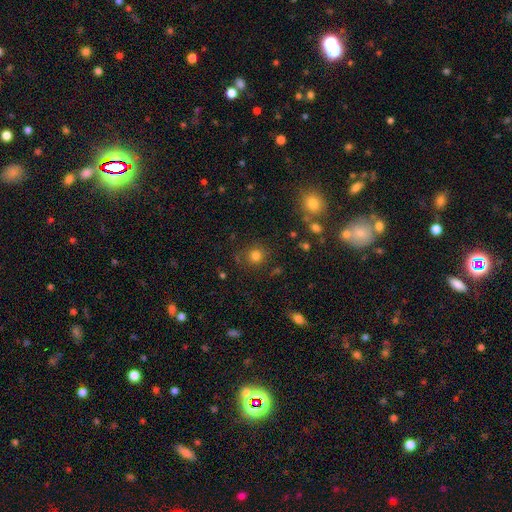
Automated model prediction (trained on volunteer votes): smooth_or_featured: smooth (p=0.79) [alt: star or artifact p=0.15]
how_rounded: round (p=0.91) [alt: in between p=0.08]
merging: none (p=0.84) [alt: minor disturbance p=0.09]